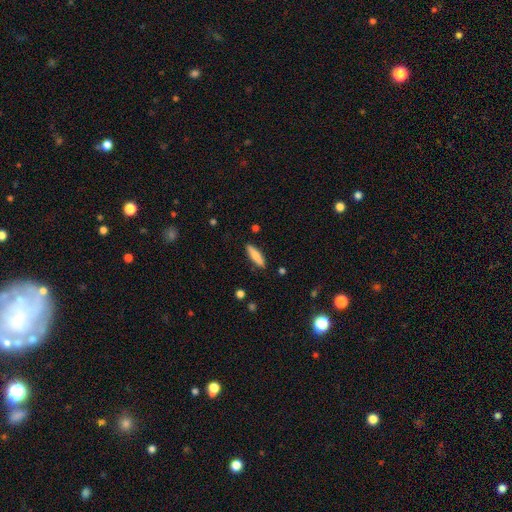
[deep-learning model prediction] Smooth or featured?
  - smooth: 76% *
  - featured or disk: 18%
  - star or artifact: 6%
How rounded?
  - cigar-shaped: 69% *
  - in between: 29%
  - round: 2%
Merging?
  - none: 88% *
  - minor disturbance: 9%
  - major disturbance: 2%
  - merger: 1%